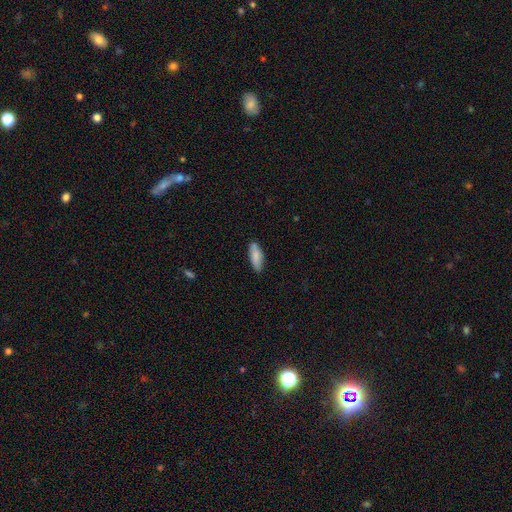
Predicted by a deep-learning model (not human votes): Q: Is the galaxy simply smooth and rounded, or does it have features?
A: smooth — 83%.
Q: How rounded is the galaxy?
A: in between — 67%.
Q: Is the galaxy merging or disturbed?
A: none — 81%.